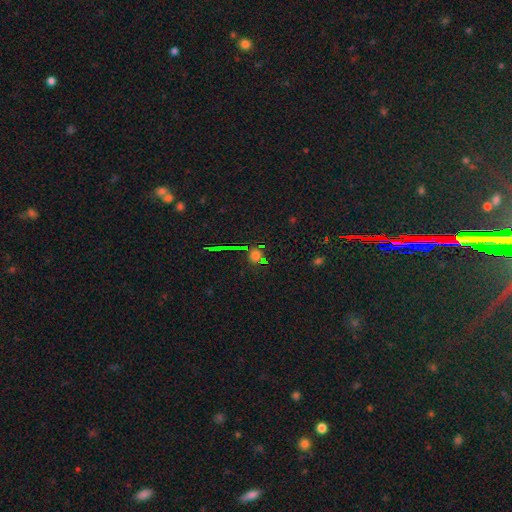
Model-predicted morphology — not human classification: Overall: smooth (47%; star or artifact 41%). Merging: none (70%).